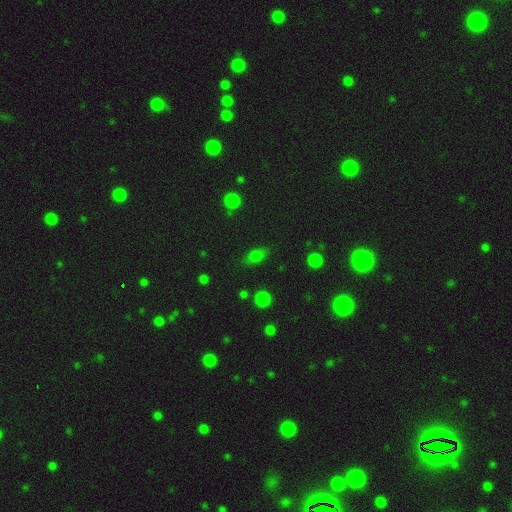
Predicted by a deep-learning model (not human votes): A smooth galaxy with no disk features (73%) that is in between round and cigar-shaped (70%).

Vote fractions:
- Smooth or featured? smooth: 73% / star or artifact: 16% / featured or disk: 11%
- How rounded? in between: 70% / round: 24% / cigar-shaped: 6%
- Merging? none: 79% / minor disturbance: 14% / major disturbance: 4% / merger: 2%